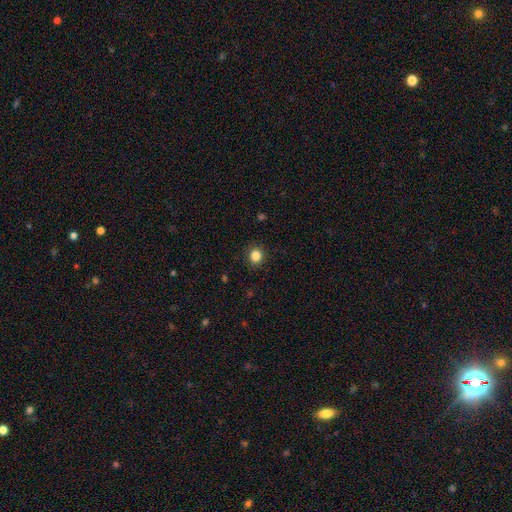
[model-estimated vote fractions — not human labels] Smooth or featured?
  - smooth: 85% *
  - star or artifact: 11%
  - featured or disk: 4%
How rounded?
  - round: 79% *
  - in between: 20%
  - cigar-shaped: 1%
Merging?
  - none: 90% *
  - minor disturbance: 7%
  - major disturbance: 2%
  - merger: 1%